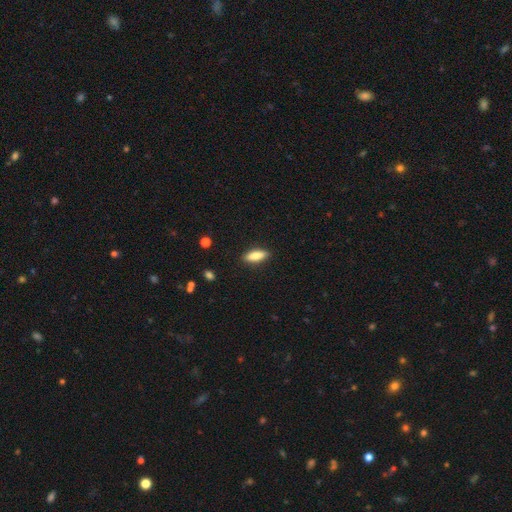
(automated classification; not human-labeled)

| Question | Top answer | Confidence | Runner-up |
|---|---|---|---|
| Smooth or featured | smooth | 84% | featured or disk (10%) |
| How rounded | in between | 63% | cigar-shaped (35%) |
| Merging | none | 89% | minor disturbance (8%) |